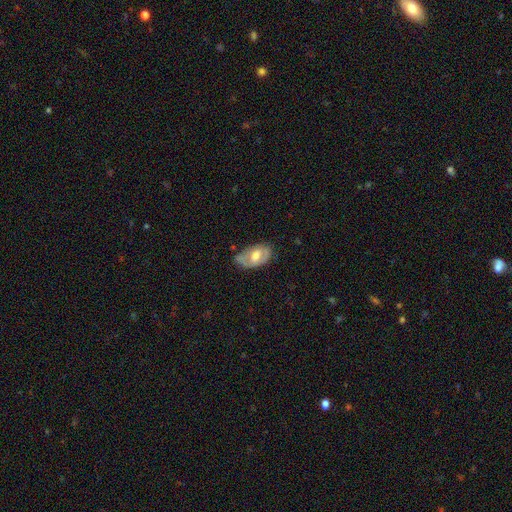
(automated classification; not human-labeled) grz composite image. It shows a featured or disk galaxy (50%). Merging: none (53%).